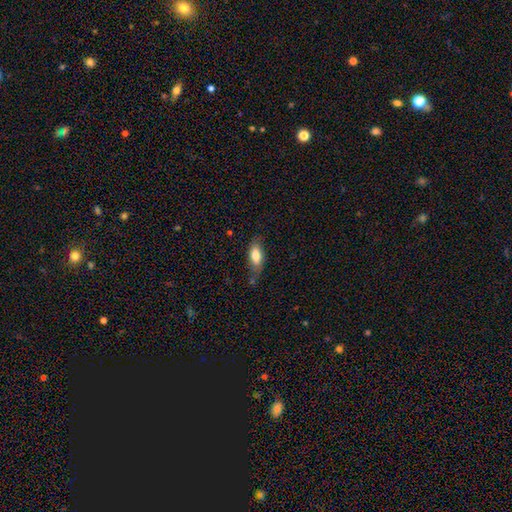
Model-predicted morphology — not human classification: Smooth or featured?
  - smooth: 76% *
  - featured or disk: 17%
  - star or artifact: 7%
How rounded?
  - in between: 83% *
  - cigar-shaped: 14%
  - round: 3%
Merging?
  - none: 62% *
  - minor disturbance: 26%
  - major disturbance: 7%
  - merger: 5%